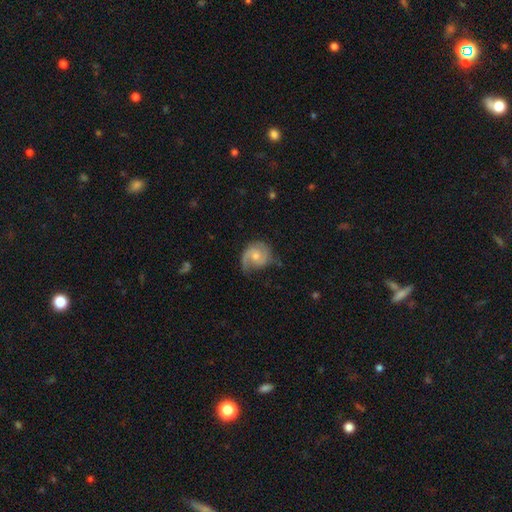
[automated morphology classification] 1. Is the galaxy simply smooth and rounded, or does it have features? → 75% featured or disk, 19% smooth, 6% star or artifact.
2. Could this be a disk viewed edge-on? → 98% no, 2% yes.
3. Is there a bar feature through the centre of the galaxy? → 70% no, 26% weak, 4% strong.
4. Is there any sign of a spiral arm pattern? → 94% yes, 6% no.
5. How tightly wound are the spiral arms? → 40% medium, 39% tight, 21% loose.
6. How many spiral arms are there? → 53% 2, 30% 1, 9% can't tell, 4% 3, 1% 4, 1% more than 4.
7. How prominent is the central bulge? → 54% moderate, 41% small, 3% large, 2% none, 1% dominant.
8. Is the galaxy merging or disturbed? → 57% none, 26% minor disturbance, 15% major disturbance, 2% merger.